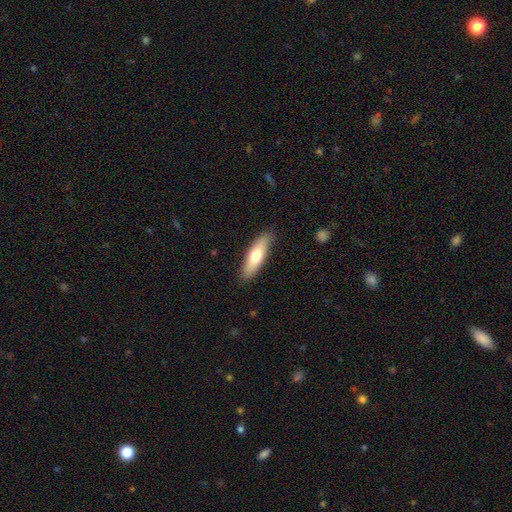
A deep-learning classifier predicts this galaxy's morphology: smooth-or-featured: smooth: 66% | featured or disk: 28% | star or artifact: 6%
  how-rounded: cigar-shaped: 61% | in between: 37% | round: 2%
  merging: none: 87% | minor disturbance: 10% | major disturbance: 2% | merger: 1%